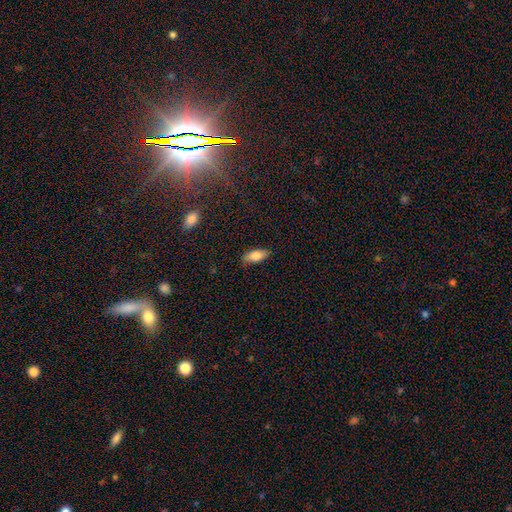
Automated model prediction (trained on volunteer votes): smooth-or-featured: smooth: 80% | featured or disk: 14% | star or artifact: 7%
  how-rounded: in between: 81% | cigar-shaped: 16% | round: 3%
  merging: none: 84% | minor disturbance: 12% | major disturbance: 3% | merger: 1%